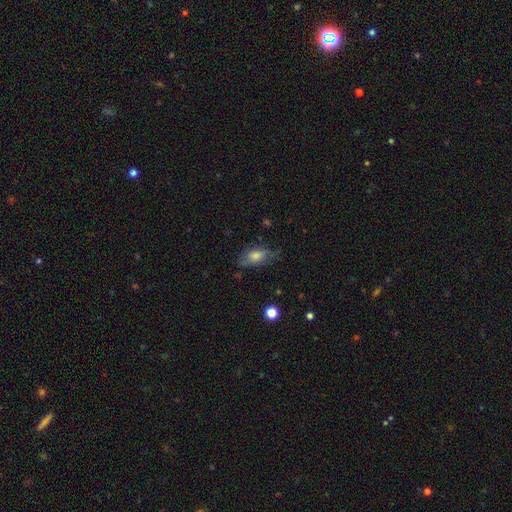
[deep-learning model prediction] A smooth galaxy with no disk features (61%) that is in between round and cigar-shaped (81%). Merging: none (65%).